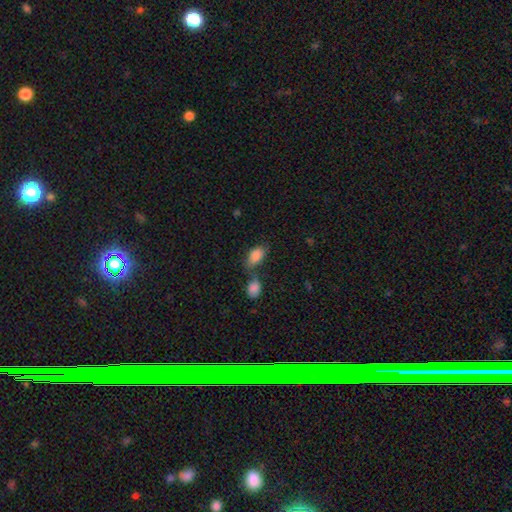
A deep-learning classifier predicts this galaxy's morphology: smooth 86%, star or artifact 7%, featured or disk 6%. Down the decision tree: how rounded — in between (91%); merging — none (41%).